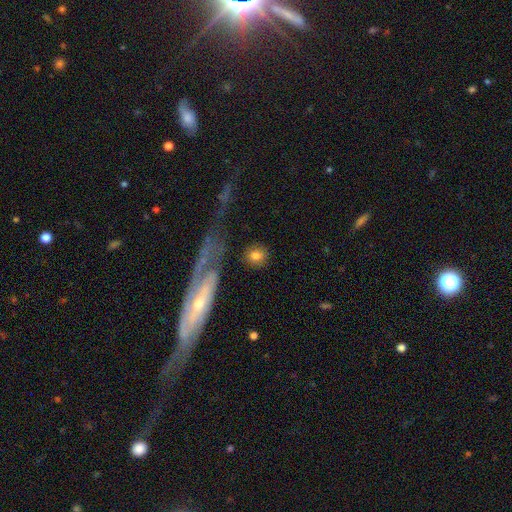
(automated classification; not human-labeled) smooth-or-featured: smooth: 77% | featured or disk: 15% | star or artifact: 8%
  how-rounded: round: 79% | in between: 18% | cigar-shaped: 3%
  merging: none: 82% | minor disturbance: 8% | merger: 5% | major disturbance: 5%